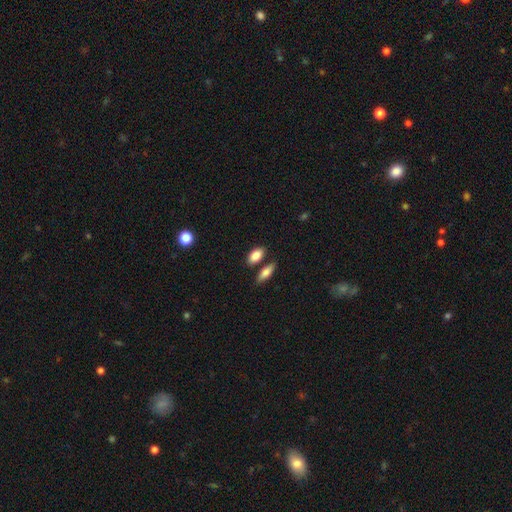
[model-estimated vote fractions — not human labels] Smooth or featured: smooth — 85% (featured or disk — 9%)
How rounded: in between — 88% (cigar-shaped — 6%)
Merging: none — 72% (merger — 14%)